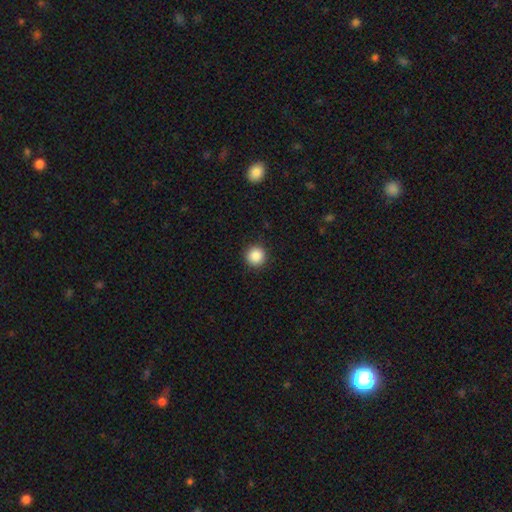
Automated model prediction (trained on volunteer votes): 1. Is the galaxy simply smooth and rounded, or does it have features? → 88% smooth, 10% star or artifact, 3% featured or disk.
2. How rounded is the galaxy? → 96% round, 3% in between, 1% cigar-shaped.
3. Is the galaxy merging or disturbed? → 92% none, 5% minor disturbance, 2% major disturbance, 1% merger.